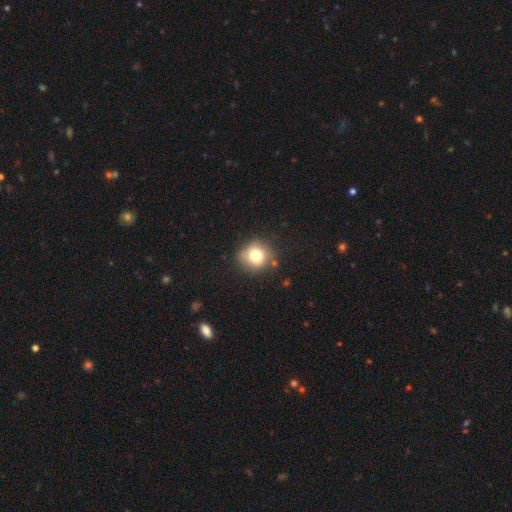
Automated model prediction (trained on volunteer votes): The model was most divided on "smooth or featured": smooth: 76%, featured or disk: 12%, star or artifact: 12%. More confident: how rounded — round (88%); merging — none (79%).